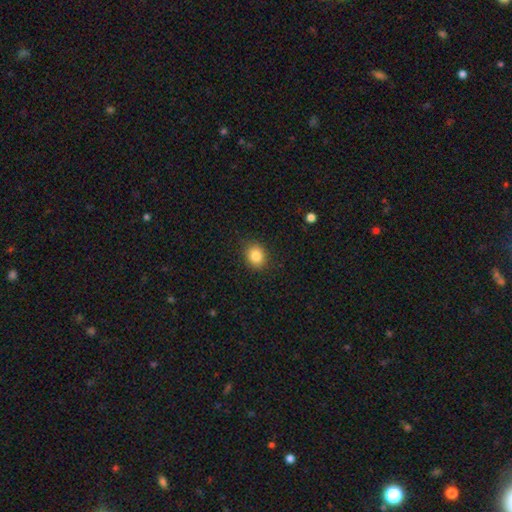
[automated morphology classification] A smooth galaxy with no disk features (85%) that is round (58%). Merging: none (87%).